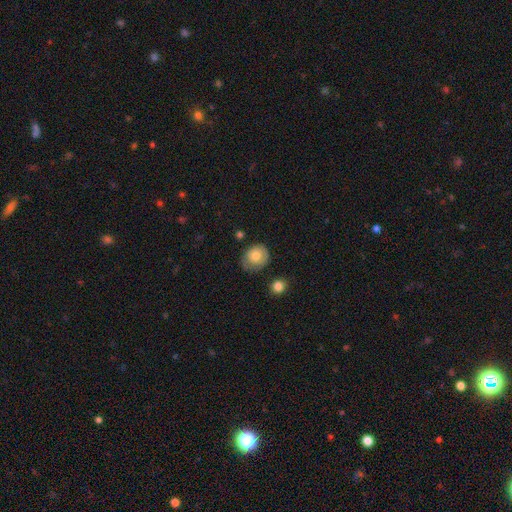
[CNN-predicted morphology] Smooth or featured?
  - smooth: 65% *
  - featured or disk: 27%
  - star or artifact: 8%
How rounded?
  - round: 69% *
  - in between: 30%
  - cigar-shaped: 1%
Merging?
  - none: 61% *
  - minor disturbance: 28%
  - major disturbance: 9%
  - merger: 2%